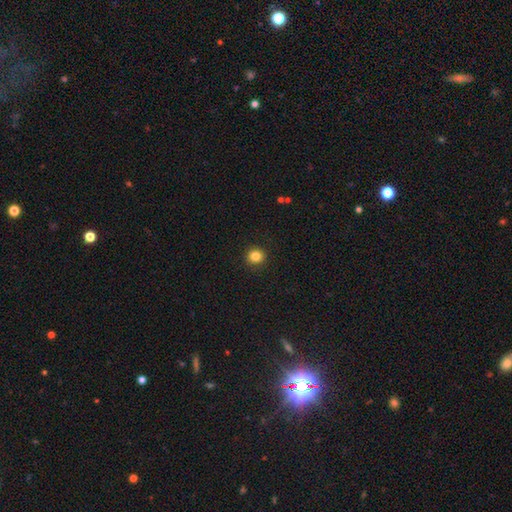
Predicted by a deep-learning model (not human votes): smooth_or_featured: smooth (p=0.84) [alt: star or artifact p=0.12]
how_rounded: round (p=0.93) [alt: in between p=0.06]
merging: none (p=0.92) [alt: minor disturbance p=0.05]